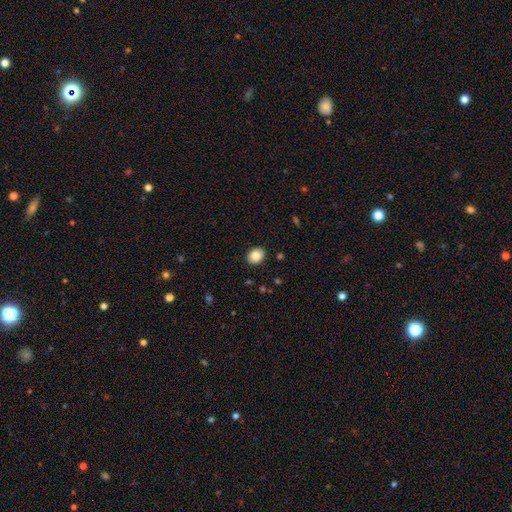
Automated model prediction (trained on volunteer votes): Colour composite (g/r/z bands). It shows a smooth galaxy with no disk features (85%) that is in between round and cigar-shaped (59%). Merging: none (89%).